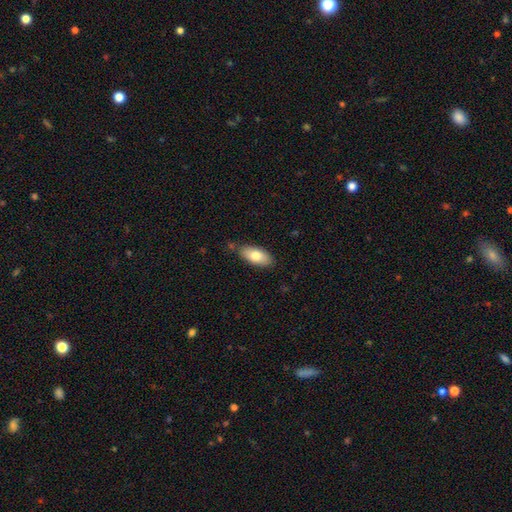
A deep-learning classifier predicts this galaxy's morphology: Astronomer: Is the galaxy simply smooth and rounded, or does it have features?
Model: smooth — 78%.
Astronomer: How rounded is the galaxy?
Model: in between — 90%.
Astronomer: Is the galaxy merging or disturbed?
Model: none — 80%.